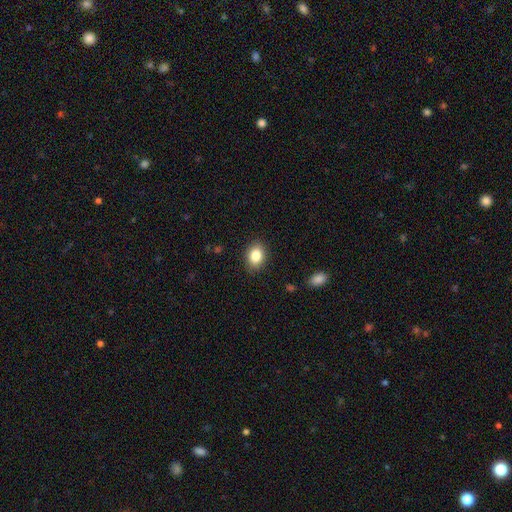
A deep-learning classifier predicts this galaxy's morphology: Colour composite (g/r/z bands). It shows a smooth galaxy with no disk features (85%) that is in between round and cigar-shaped (73%). Merging: none (87%).